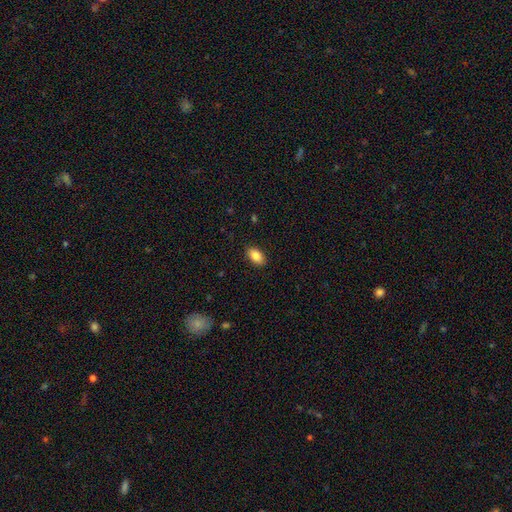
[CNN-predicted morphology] smooth 85%, featured or disk 8%, star or artifact 7%. Down the decision tree: how rounded — in between (92%); merging — none (89%).